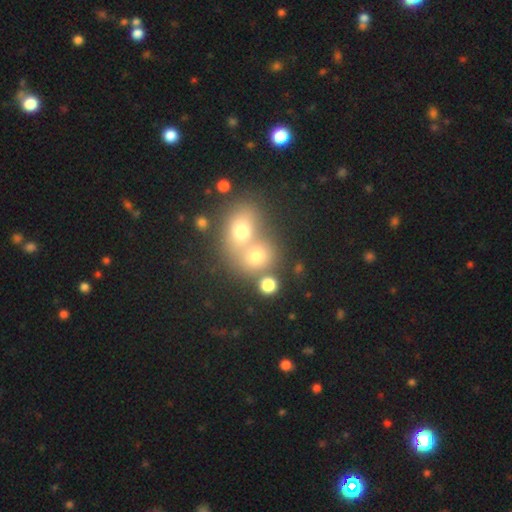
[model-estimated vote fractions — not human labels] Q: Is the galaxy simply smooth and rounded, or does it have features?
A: smooth — 70%.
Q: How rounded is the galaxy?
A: round — 75%.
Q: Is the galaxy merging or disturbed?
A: merger — 51%.